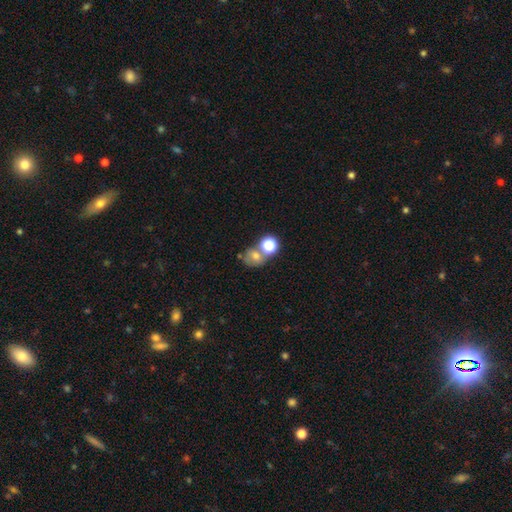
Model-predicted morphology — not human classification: Overall: smooth (65%). How rounded: round (65%; in between 34%). Merging: merger (42%; none 41%).